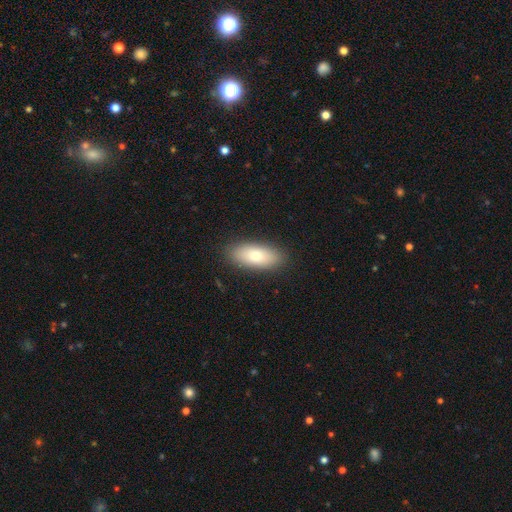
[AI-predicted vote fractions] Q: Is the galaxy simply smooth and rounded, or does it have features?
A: smooth — 76%.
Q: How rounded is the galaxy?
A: in between — 82%.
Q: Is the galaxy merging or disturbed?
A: none — 88%.